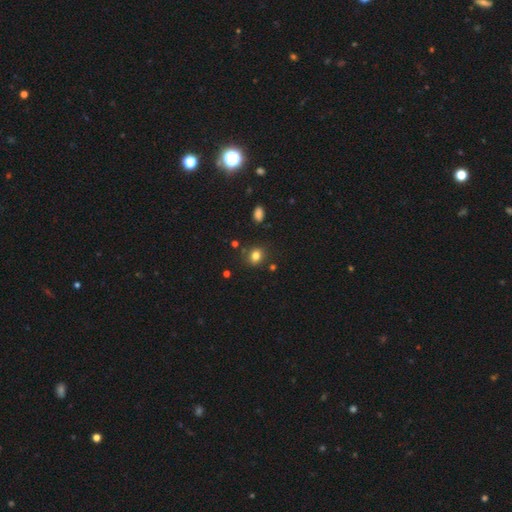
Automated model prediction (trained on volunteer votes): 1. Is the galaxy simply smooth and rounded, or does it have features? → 81% smooth, 13% star or artifact, 7% featured or disk.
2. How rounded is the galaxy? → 67% round, 32% in between, 1% cigar-shaped.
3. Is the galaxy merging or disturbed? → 83% none, 10% minor disturbance, 4% merger, 3% major disturbance.